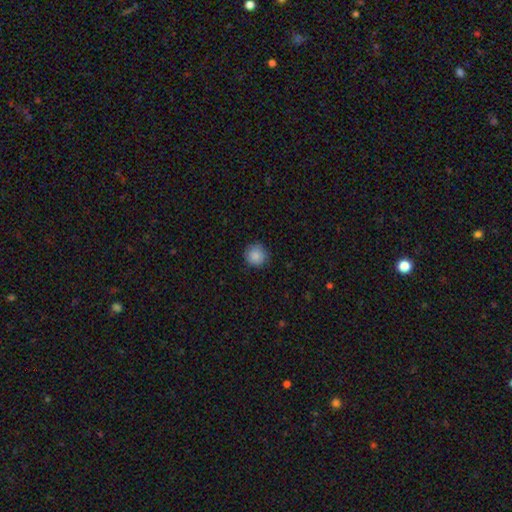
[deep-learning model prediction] A smooth galaxy with no disk features (87%) that is round (94%).

Vote fractions:
- Smooth or featured? smooth: 87% / star or artifact: 9% / featured or disk: 4%
- How rounded? round: 94% / in between: 5% / cigar-shaped: 1%
- Merging? none: 88% / minor disturbance: 9% / major disturbance: 2% / merger: 1%